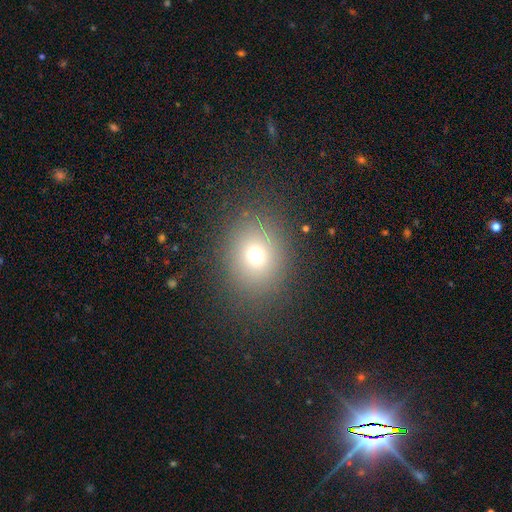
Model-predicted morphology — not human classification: Overall: smooth (69%). How rounded: round (60%; in between 39%). Merging: none (84%).